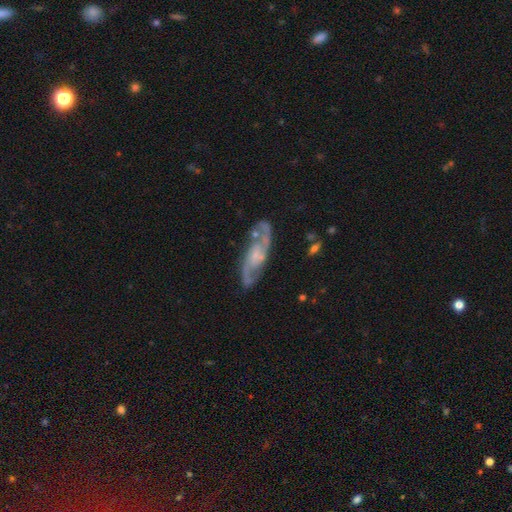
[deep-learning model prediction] This is clearly a featured or disk galaxy (86%). It is clearly not viewed edge-on (89%). Bar: possibly no (51%). Spiral arm pattern: clearly yes (96%). Spiral arm count: clearly 2 (87%). Spiral winding: possibly medium (52%). Central bulge: possibly small (48%). Merging: likely none (76%).